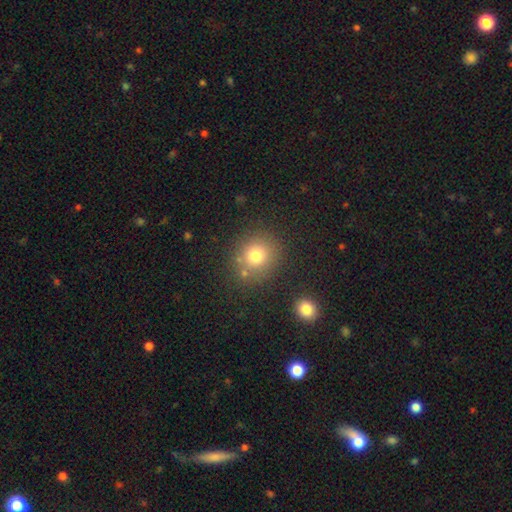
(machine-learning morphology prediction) Q: Smooth or featured?
A: smooth (76%); runner-up: star or artifact (15%)
Q: How rounded?
A: round (84%); runner-up: in between (15%)
Q: Merging?
A: none (79%); runner-up: minor disturbance (10%)